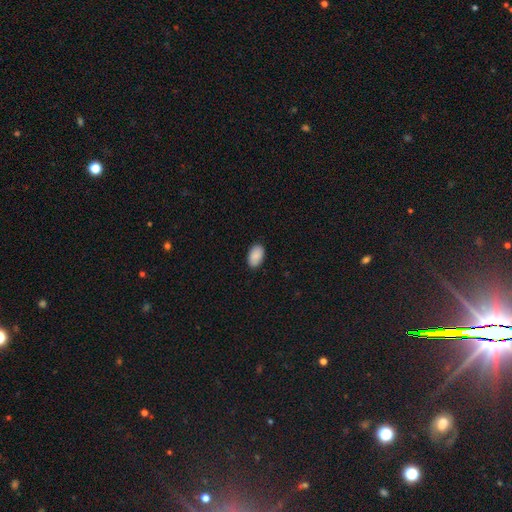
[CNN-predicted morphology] This appears to be a smooth galaxy with no disk features (91%) that is in between round and cigar-shaped (93%). Merging: none (88%).